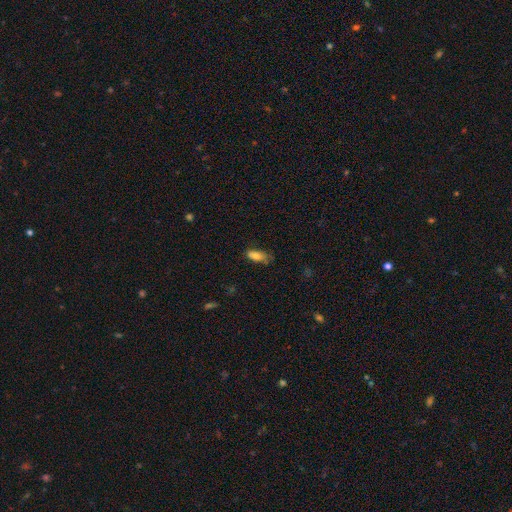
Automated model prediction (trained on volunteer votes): A smooth galaxy with no disk features (81%) that is in between round and cigar-shaped (78%).

Vote fractions:
- Smooth or featured? smooth: 81% / featured or disk: 11% / star or artifact: 8%
- How rounded? in between: 78% / cigar-shaped: 20% / round: 3%
- Merging? none: 58% / minor disturbance: 31% / major disturbance: 9% / merger: 2%